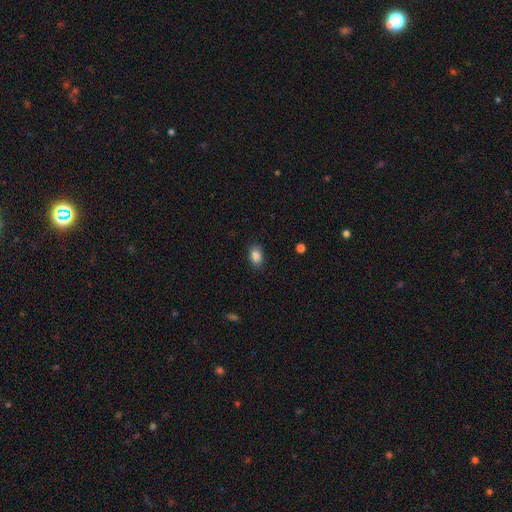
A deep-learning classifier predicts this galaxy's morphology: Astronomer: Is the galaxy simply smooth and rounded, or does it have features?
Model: smooth — 88%.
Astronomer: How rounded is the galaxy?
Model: in between — 86%.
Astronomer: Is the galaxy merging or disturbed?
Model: none — 86%.